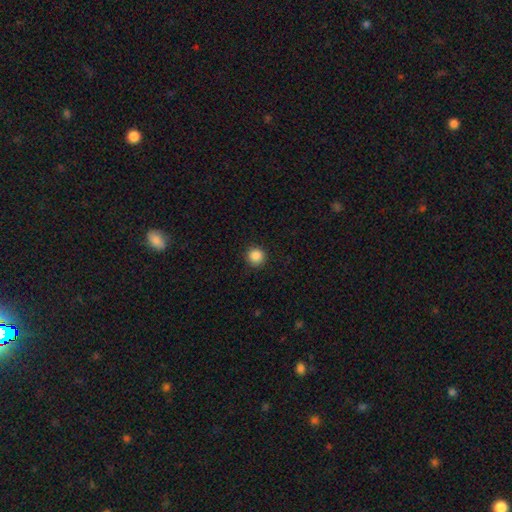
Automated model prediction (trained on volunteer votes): Smooth or featured? Predicted: smooth (p=0.87). How rounded? Predicted: round (p=0.95). Merging? Predicted: none (p=0.91).